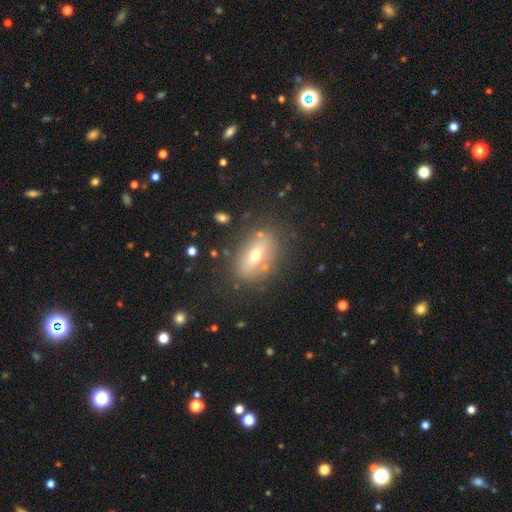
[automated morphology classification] The model was most divided on "smooth or featured": smooth: 52%, featured or disk: 37%, star or artifact: 11%. More confident: how rounded — in between (78%); merging — none (77%).